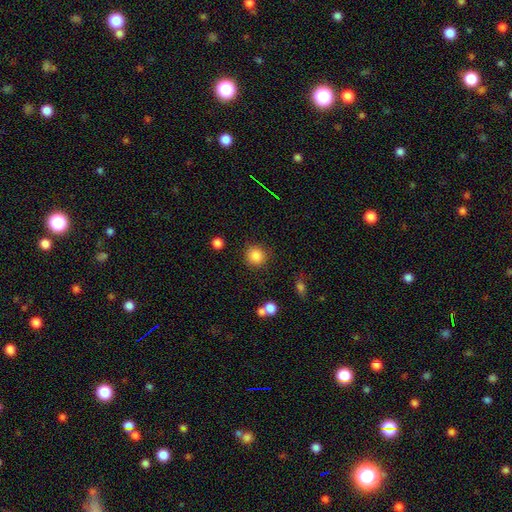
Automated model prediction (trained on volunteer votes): Overall: smooth (86%). How rounded: round (92%). Merging: none (86%).